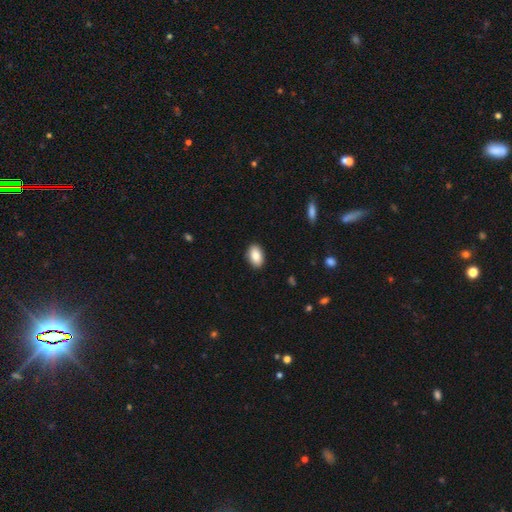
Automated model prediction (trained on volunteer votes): Smooth or featured?
  - smooth: 86% *
  - star or artifact: 7%
  - featured or disk: 7%
How rounded?
  - in between: 91% *
  - round: 7%
  - cigar-shaped: 1%
Merging?
  - none: 90% *
  - minor disturbance: 8%
  - major disturbance: 2%
  - merger: 1%